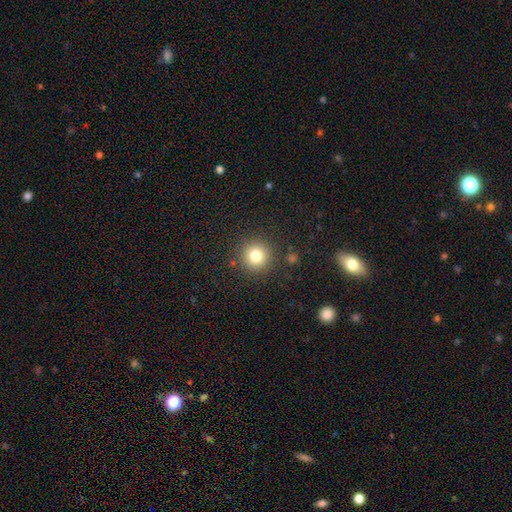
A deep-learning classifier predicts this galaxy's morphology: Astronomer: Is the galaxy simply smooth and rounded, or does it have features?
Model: smooth — 79%.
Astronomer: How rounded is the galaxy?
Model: round — 95%.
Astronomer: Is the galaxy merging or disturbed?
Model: none — 90%.